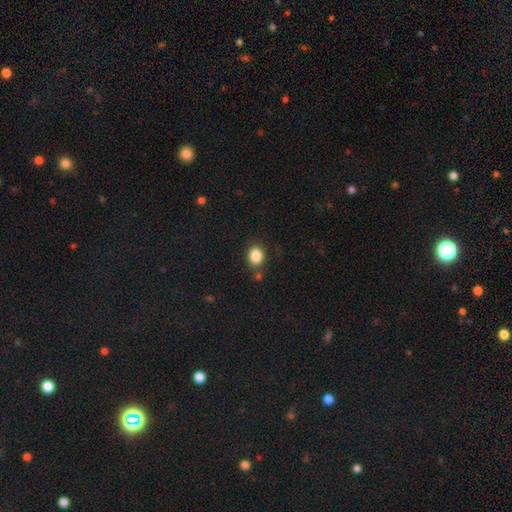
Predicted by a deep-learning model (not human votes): This is clearly a smooth galaxy (85%). How rounded: possibly round (53%). Merging: likely none (78%).